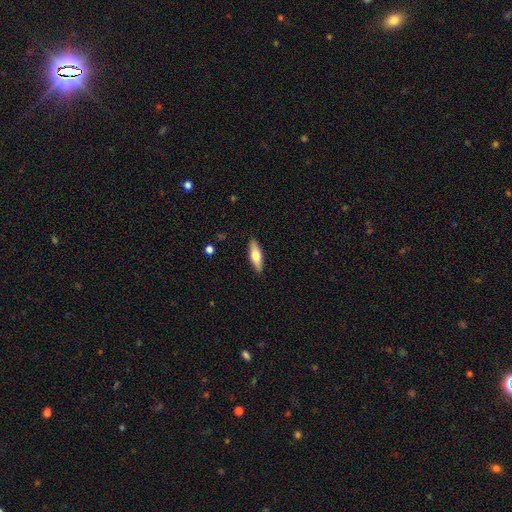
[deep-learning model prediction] This is likely a smooth galaxy (62%). How rounded: possibly in between (49%). Merging: clearly none (89%).